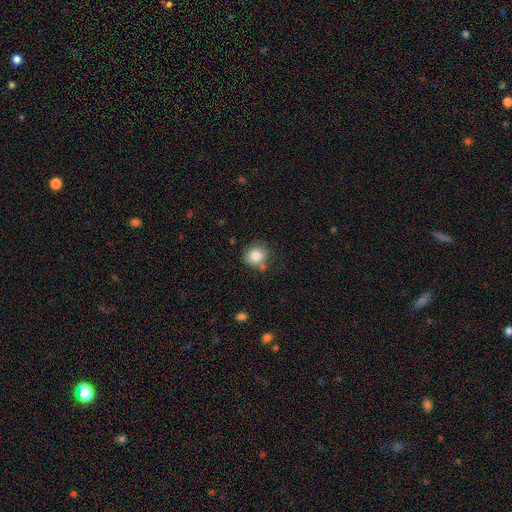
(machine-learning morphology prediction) Overall: smooth (82%). How rounded: round (83%). Merging: none (71%).